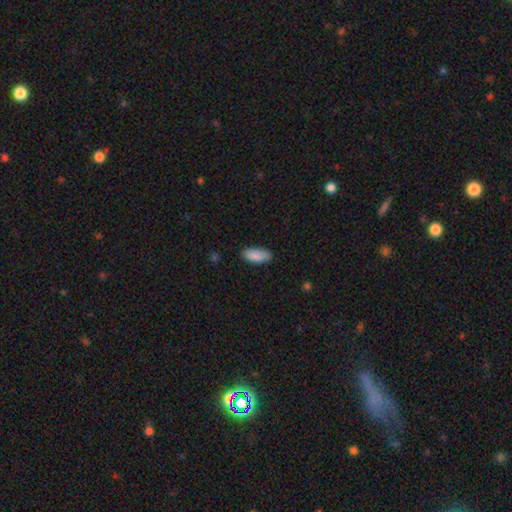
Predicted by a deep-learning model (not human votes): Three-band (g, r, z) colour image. It shows a smooth galaxy with no disk features (89%) that is in between round and cigar-shaped (84%). Merging: none (83%).